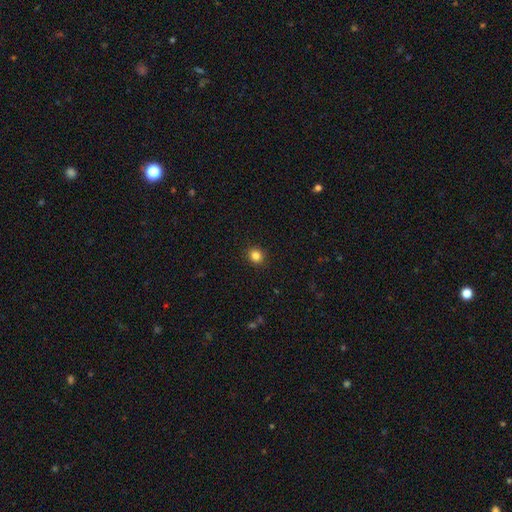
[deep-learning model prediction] Smooth or featured? Predicted: smooth (p=0.84). How rounded? Predicted: round (p=0.84). Merging? Predicted: none (p=0.91).